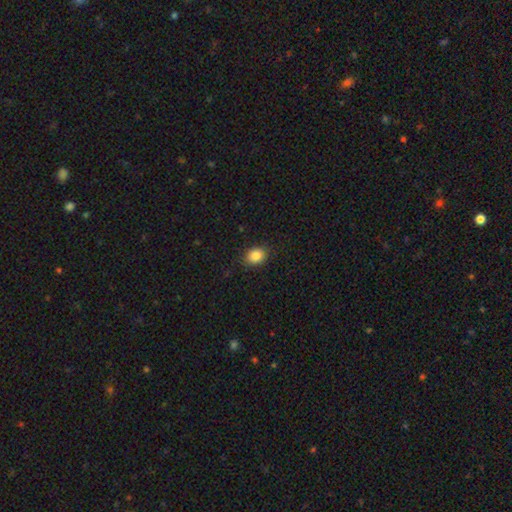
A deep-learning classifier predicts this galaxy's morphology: Smooth or featured? Predicted: smooth (p=0.86). How rounded? Predicted: in between (p=0.51). Merging? Predicted: none (p=0.86).